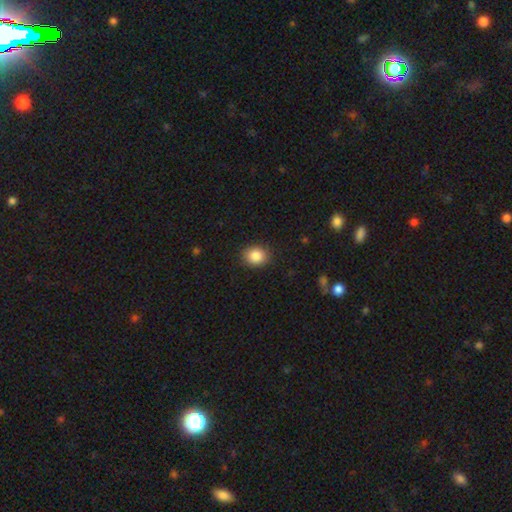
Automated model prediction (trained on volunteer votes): This is clearly a smooth galaxy (85%). How rounded: likely round (70%). Merging: clearly none (89%).